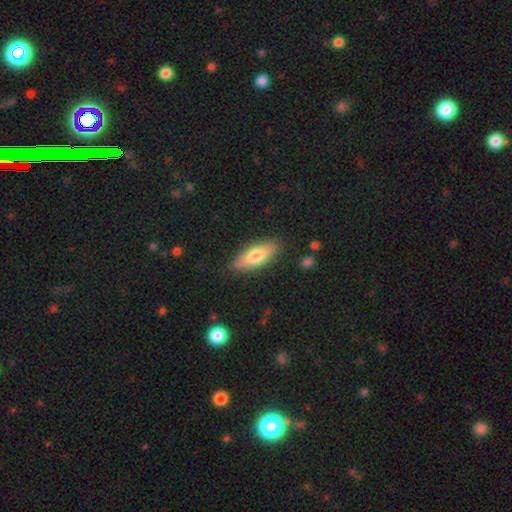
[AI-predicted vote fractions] Smooth or featured: smooth — 71% (featured or disk — 23%)
How rounded: in between — 65% (cigar-shaped — 33%)
Merging: none — 85% (minor disturbance — 11%)